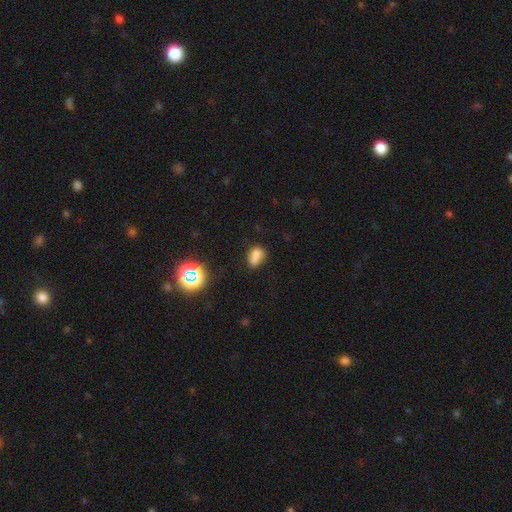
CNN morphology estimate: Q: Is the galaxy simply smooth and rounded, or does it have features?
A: smooth — 73%.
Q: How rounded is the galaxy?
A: in between — 71%.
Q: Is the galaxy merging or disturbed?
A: none — 45%.